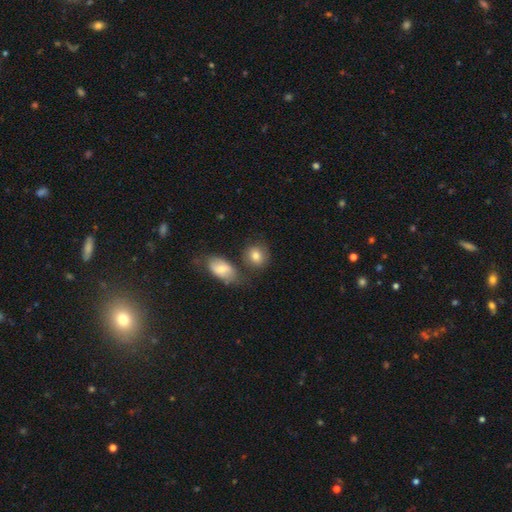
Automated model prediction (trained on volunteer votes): This appears to be a smooth galaxy with no disk features (81%) that is round (68%). Merging: none (63%).